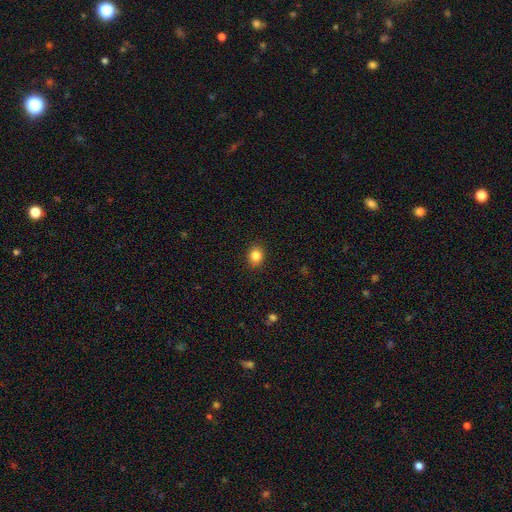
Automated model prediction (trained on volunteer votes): Smooth or featured? smooth (85%)
How rounded? round (70%)
Merging? none (90%)